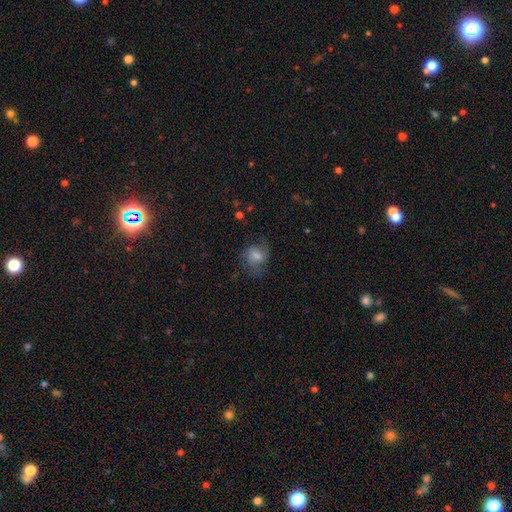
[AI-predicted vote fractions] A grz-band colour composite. It shows a smooth galaxy with no disk features (54%) that is in between round and cigar-shaped (53%). Merging: none (52%).